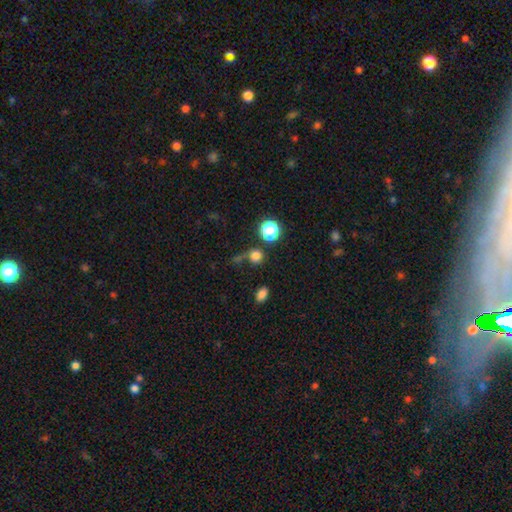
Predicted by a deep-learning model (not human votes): smooth_or_featured: smooth (p=0.77) [alt: star or artifact p=0.18]
how_rounded: round (p=0.87) [alt: in between p=0.11]
merging: none (p=0.68) [alt: merger p=0.14]